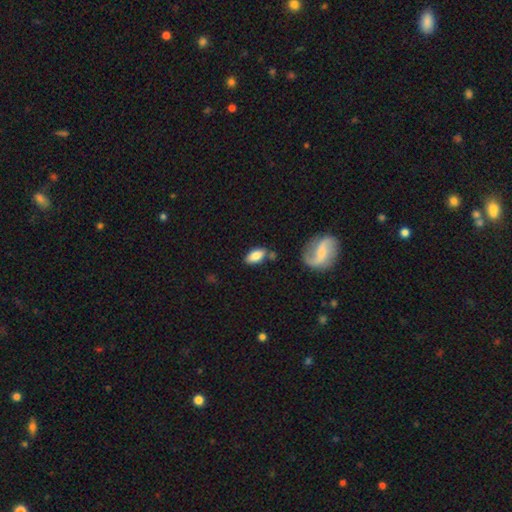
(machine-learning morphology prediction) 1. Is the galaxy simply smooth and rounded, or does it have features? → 77% smooth, 16% featured or disk, 7% star or artifact.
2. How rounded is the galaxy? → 90% in between, 5% cigar-shaped, 4% round.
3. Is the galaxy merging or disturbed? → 70% none, 18% minor disturbance, 8% merger, 5% major disturbance.